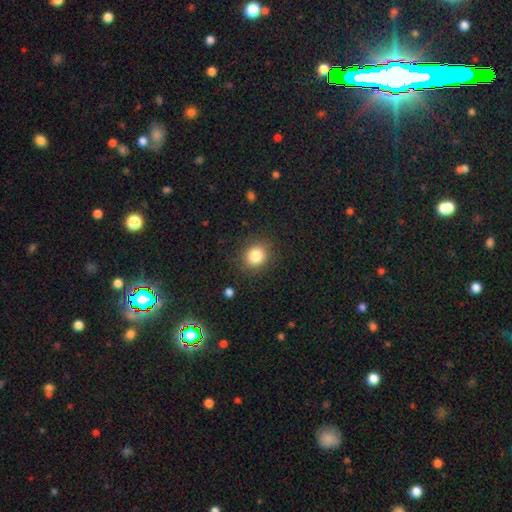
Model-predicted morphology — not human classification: Smooth or featured?
  - smooth: 83% *
  - star or artifact: 11%
  - featured or disk: 6%
How rounded?
  - round: 73% *
  - in between: 26%
  - cigar-shaped: 1%
Merging?
  - none: 86% *
  - minor disturbance: 9%
  - major disturbance: 3%
  - merger: 1%